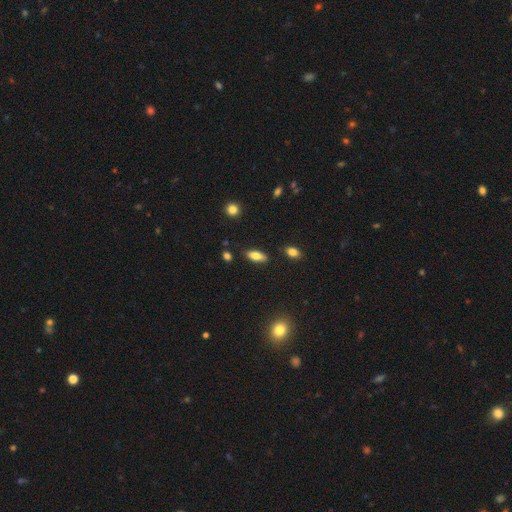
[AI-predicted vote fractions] smooth-or-featured: smooth: 76% | featured or disk: 17% | star or artifact: 8%
  how-rounded: in between: 75% | cigar-shaped: 22% | round: 3%
  merging: none: 85% | minor disturbance: 11% | major disturbance: 2% | merger: 2%